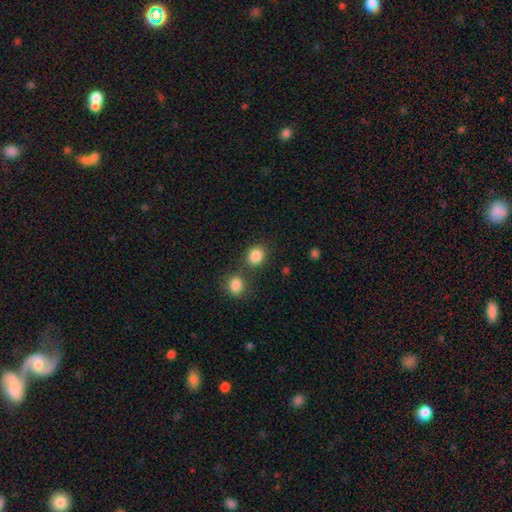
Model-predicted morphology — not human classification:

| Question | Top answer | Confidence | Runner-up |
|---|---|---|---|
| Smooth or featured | smooth | 86% | star or artifact (10%) |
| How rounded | round | 66% | in between (33%) |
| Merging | none | 69% | merger (18%) |